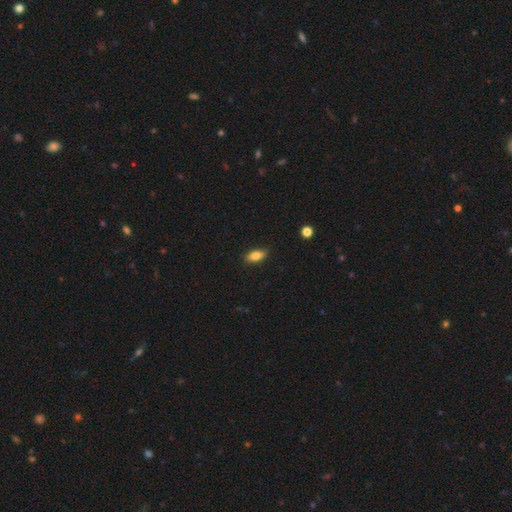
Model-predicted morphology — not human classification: Q: Smooth or featured?
A: smooth (83%); runner-up: featured or disk (9%)
Q: How rounded?
A: in between (85%); runner-up: cigar-shaped (11%)
Q: Merging?
A: none (86%); runner-up: minor disturbance (11%)